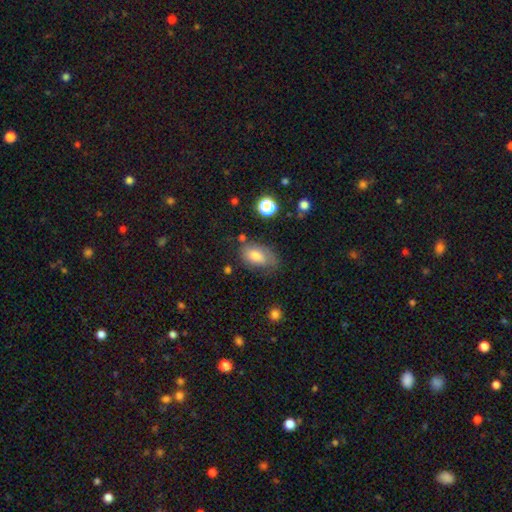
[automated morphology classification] The model was most divided on "merging": none: 52%, minor disturbance: 30%, major disturbance: 14%, merger: 5%. More confident: how rounded — in between (90%); smooth or featured — smooth (72%).